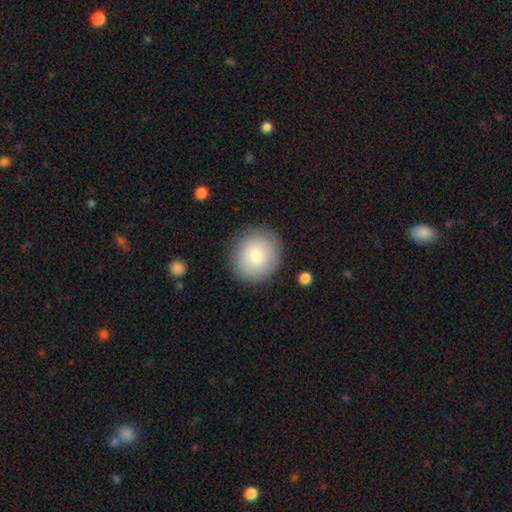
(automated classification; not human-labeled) Smooth or featured?
  - smooth: 79% *
  - featured or disk: 13%
  - star or artifact: 8%
How rounded?
  - round: 86% *
  - in between: 13%
  - cigar-shaped: 1%
Merging?
  - none: 87% *
  - minor disturbance: 9%
  - major disturbance: 3%
  - merger: 1%